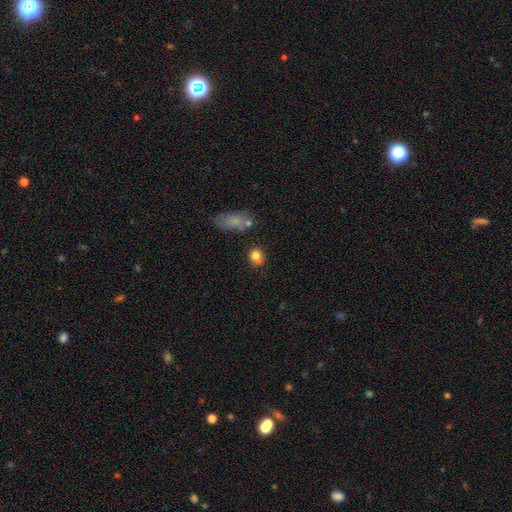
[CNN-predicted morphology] type=smooth (81%); roundness=round (67%); merging=none (67%).